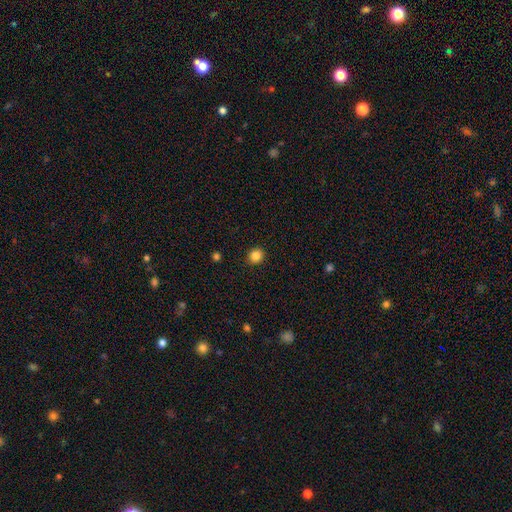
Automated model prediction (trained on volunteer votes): This appears to be a smooth galaxy with no disk features (85%) that is round (86%). Merging: none (92%).